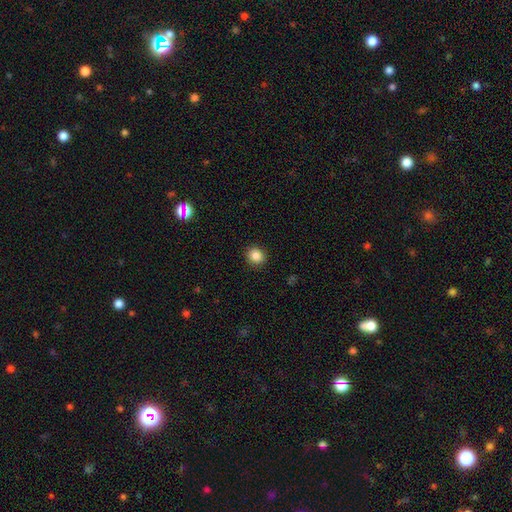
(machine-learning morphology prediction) smooth_or_featured: smooth (p=0.86) [alt: star or artifact p=0.10]
how_rounded: round (p=0.84) [alt: in between p=0.15]
merging: none (p=0.91) [alt: minor disturbance p=0.06]